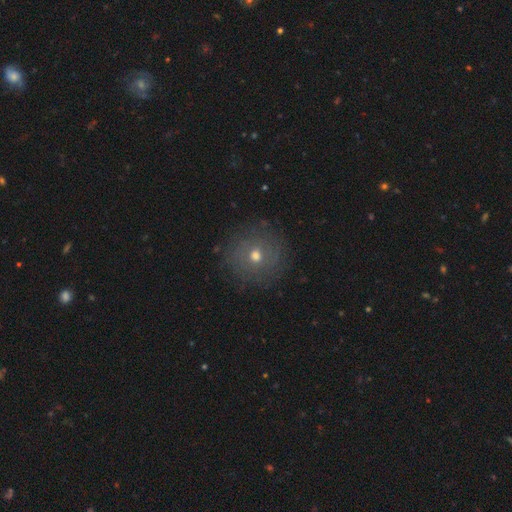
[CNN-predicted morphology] smooth-or-featured: smooth: 44% | featured or disk: 38% | star or artifact: 18%
  merging: none: 84% | minor disturbance: 10% | major disturbance: 5% | merger: 1%